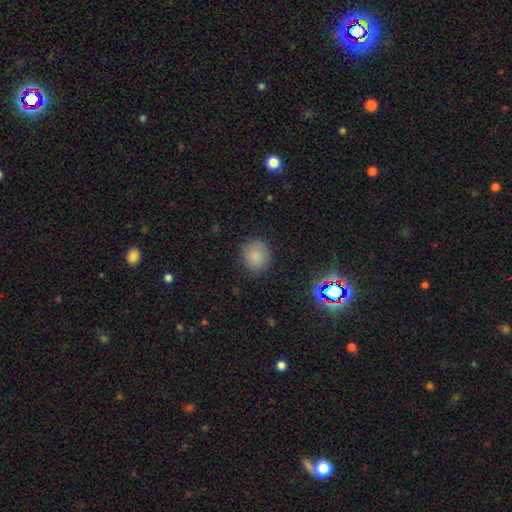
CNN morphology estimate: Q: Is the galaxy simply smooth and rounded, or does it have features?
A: smooth — 82%.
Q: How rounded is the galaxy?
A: round — 83%.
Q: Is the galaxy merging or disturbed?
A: none — 86%.